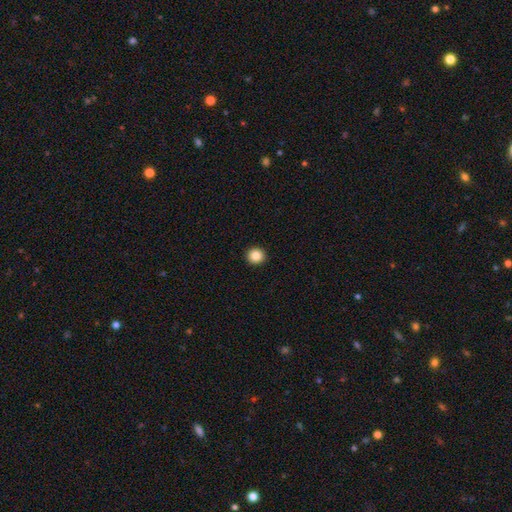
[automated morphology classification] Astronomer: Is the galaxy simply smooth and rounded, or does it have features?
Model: smooth — 86%.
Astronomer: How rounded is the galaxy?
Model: round — 92%.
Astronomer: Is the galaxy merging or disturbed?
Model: none — 94%.